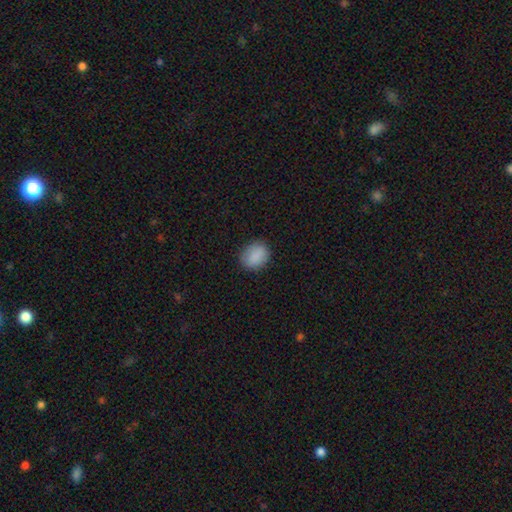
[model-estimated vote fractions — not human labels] smooth 88%, star or artifact 8%, featured or disk 4%. Down the decision tree: how rounded — round (53%); merging — none (84%).